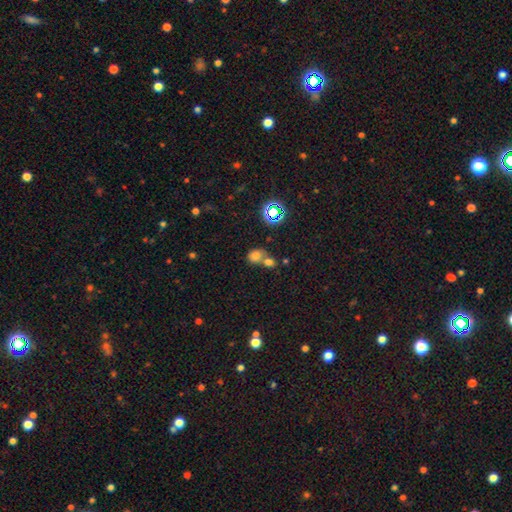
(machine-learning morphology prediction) This appears to be a smooth galaxy with no disk features (68%) that is round (64%). Merging: merger (54%).